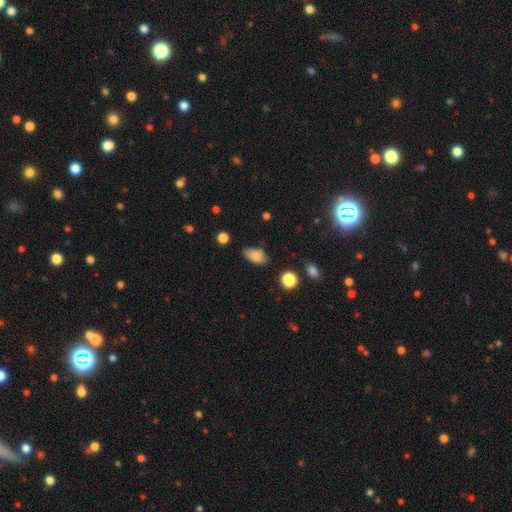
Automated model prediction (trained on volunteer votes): A smooth galaxy with no disk features (84%) that is in between round and cigar-shaped (91%).

Vote fractions:
- Smooth or featured? smooth: 84% / star or artifact: 8% / featured or disk: 7%
- How rounded? in between: 91% / round: 6% / cigar-shaped: 3%
- Merging? none: 73% / minor disturbance: 20% / major disturbance: 4% / merger: 2%